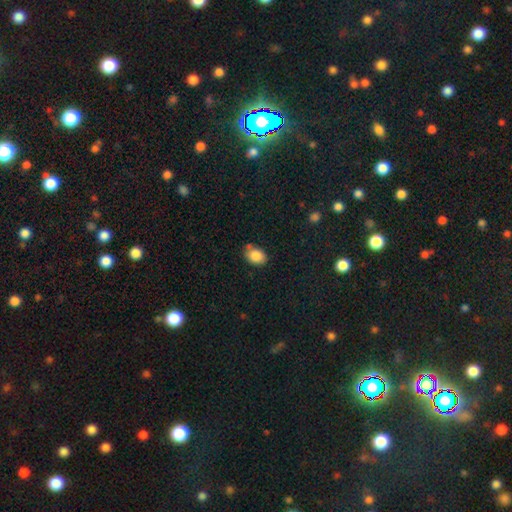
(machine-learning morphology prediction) A smooth galaxy with no disk features (86%) that is in between round and cigar-shaped (72%).

Vote fractions:
- Smooth or featured? smooth: 86% / star or artifact: 8% / featured or disk: 6%
- How rounded? in between: 72% / round: 27% / cigar-shaped: 1%
- Merging? none: 71% / minor disturbance: 19% / merger: 6% / major disturbance: 4%